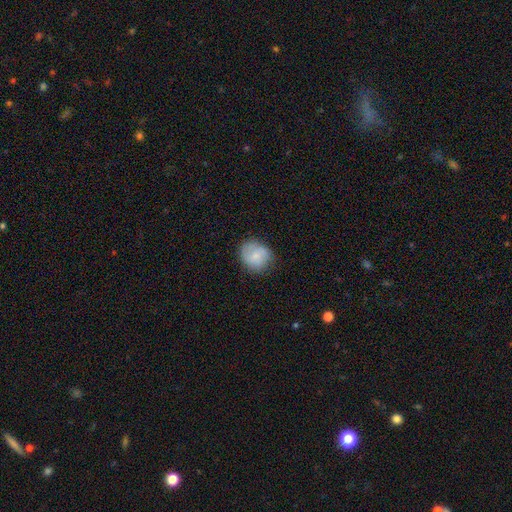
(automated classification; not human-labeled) smooth_or_featured: smooth (p=0.69) [alt: featured or disk p=0.23]
how_rounded: round (p=0.78) [alt: in between p=0.21]
merging: none (p=0.74) [alt: minor disturbance p=0.20]